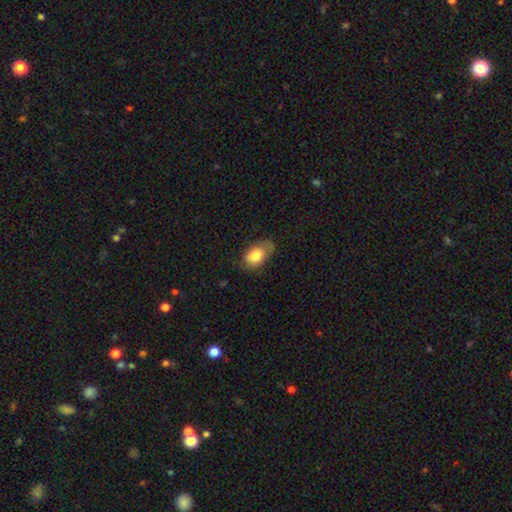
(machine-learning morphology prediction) smooth_or_featured: smooth (p=0.76) [alt: featured or disk p=0.17]
how_rounded: in between (p=0.88) [alt: round p=0.10]
merging: none (p=0.58) [alt: minor disturbance p=0.31]